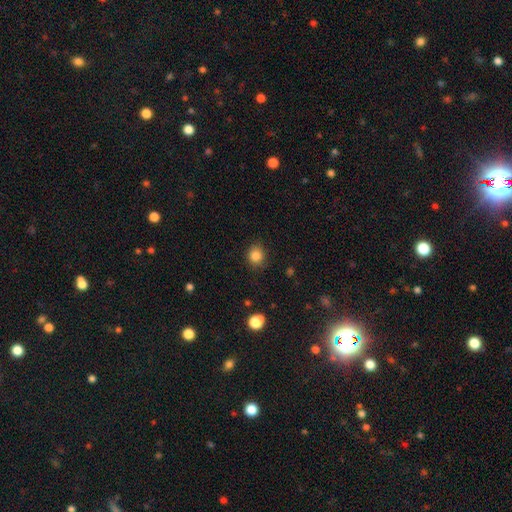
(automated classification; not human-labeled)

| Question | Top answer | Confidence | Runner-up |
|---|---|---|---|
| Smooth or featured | smooth | 85% | star or artifact (11%) |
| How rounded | round | 83% | in between (16%) |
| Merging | none | 86% | minor disturbance (10%) |